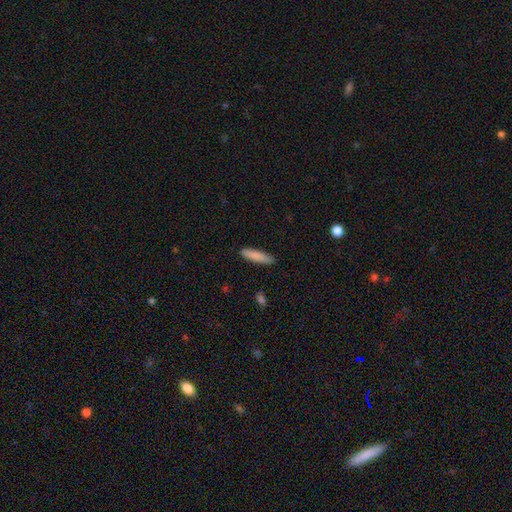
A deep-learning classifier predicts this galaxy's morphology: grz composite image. It shows a smooth galaxy with no disk features (85%) that is cigar-shaped (79%). Merging: none (88%).